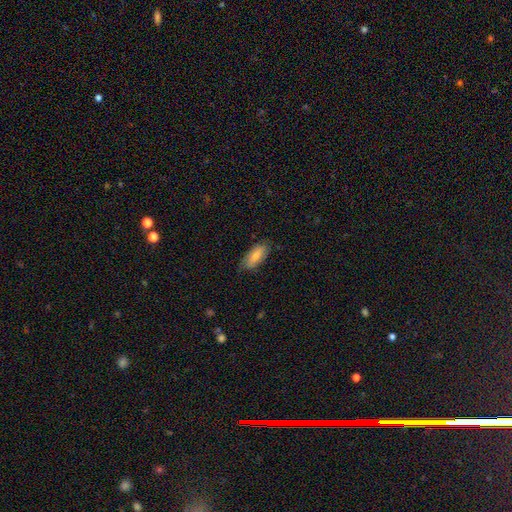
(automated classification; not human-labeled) smooth 75%, featured or disk 19%, star or artifact 6%. Down the decision tree: how rounded — in between (81%); merging — none (74%).